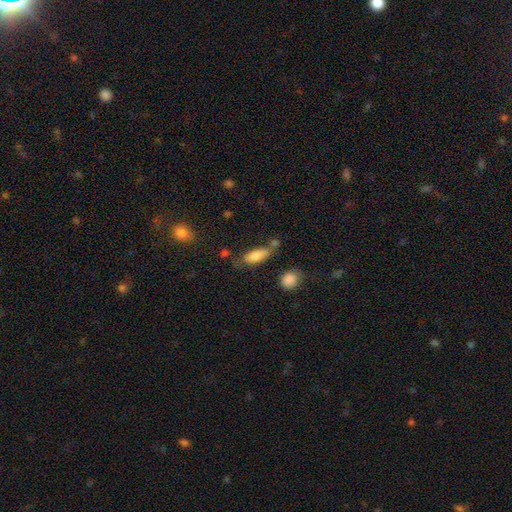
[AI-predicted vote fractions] This is clearly a smooth galaxy (81%). How rounded: likely in between (76%). Merging: possibly none (52%).